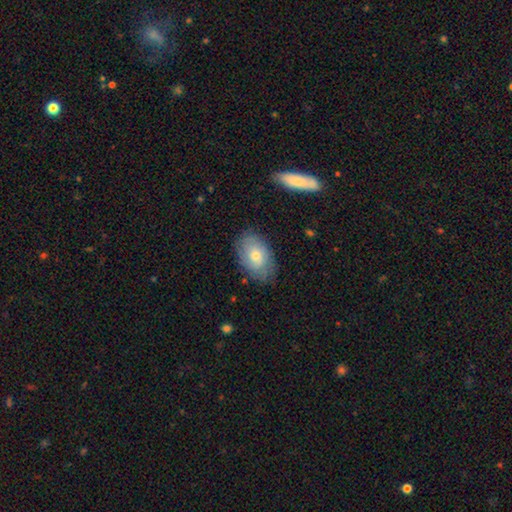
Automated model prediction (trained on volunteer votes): Overall: smooth (63%; featured or disk 30%). How rounded: in between (90%). Merging: none (78%).